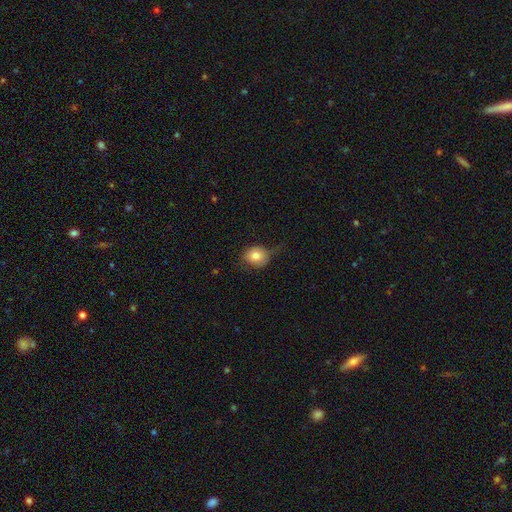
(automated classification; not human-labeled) Morphology: type=smooth (77%); roundness=round (64%); merging=none (51%).